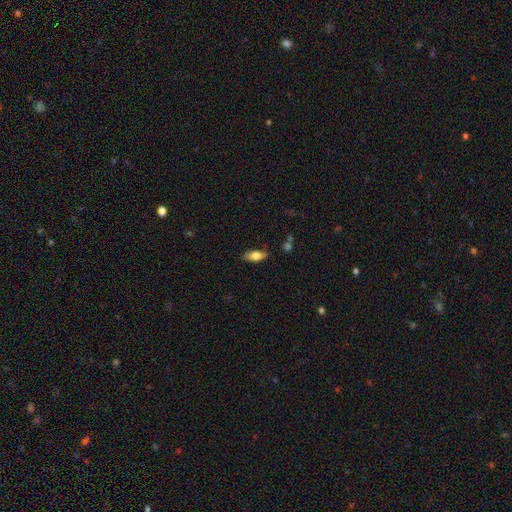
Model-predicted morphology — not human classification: This appears to be a smooth galaxy with no disk features (66%) that is in between round and cigar-shaped (77%). Merging: none (83%).